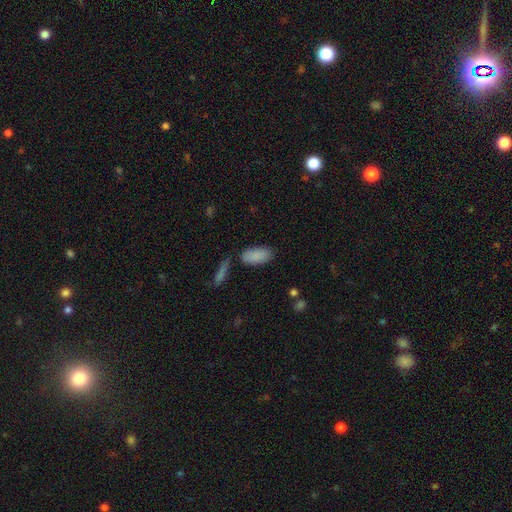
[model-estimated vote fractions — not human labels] Morphology: type=smooth (88%); roundness=in between (90%); merging=none (76%).